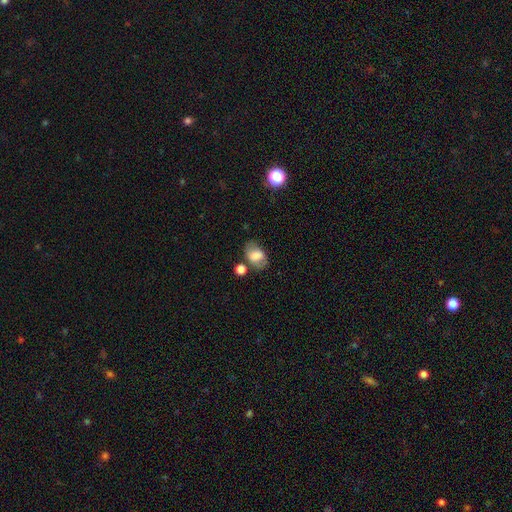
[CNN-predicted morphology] Q: Smooth or featured?
A: smooth (68%); runner-up: featured or disk (23%)
Q: How rounded?
A: in between (82%); runner-up: round (17%)
Q: Merging?
A: none (59%); runner-up: minor disturbance (20%)